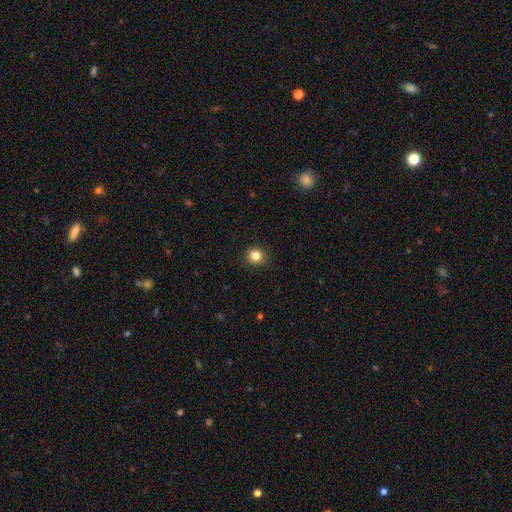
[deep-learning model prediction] Q: Smooth or featured?
A: smooth (83%); runner-up: star or artifact (12%)
Q: How rounded?
A: round (85%); runner-up: in between (14%)
Q: Merging?
A: none (91%); runner-up: minor disturbance (6%)